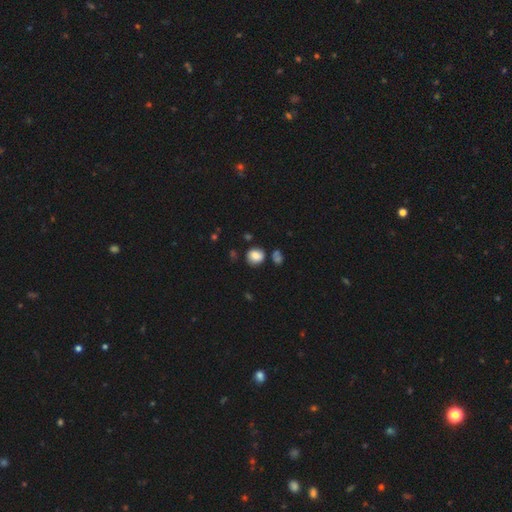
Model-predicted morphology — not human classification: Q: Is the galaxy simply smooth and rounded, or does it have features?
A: smooth — 82%.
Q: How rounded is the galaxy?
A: round — 73%.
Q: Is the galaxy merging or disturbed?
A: none — 72%.